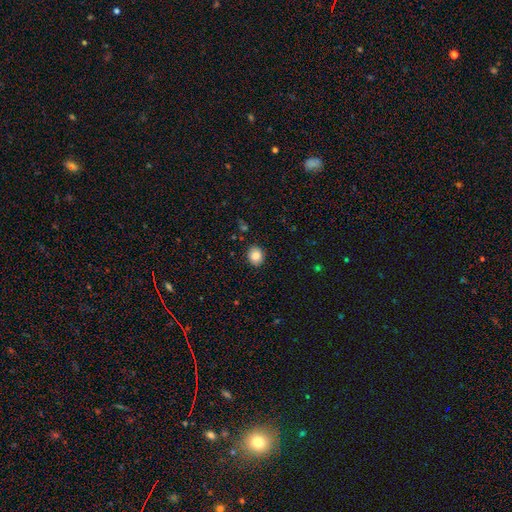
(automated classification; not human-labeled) Morphology: type=smooth (84%); roundness=round (65%); merging=none (90%).